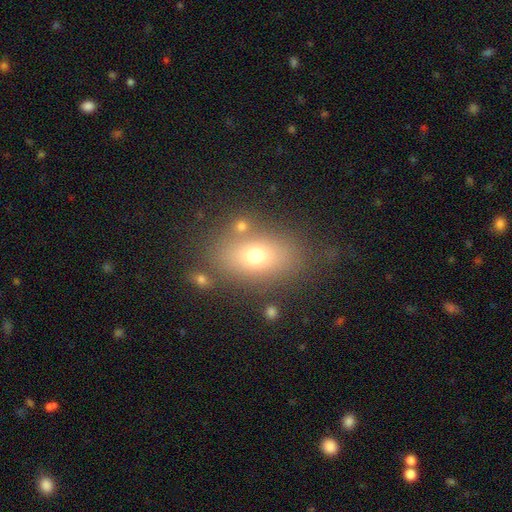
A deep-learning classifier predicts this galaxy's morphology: smooth_or_featured: smooth (p=0.69) [alt: featured or disk p=0.18]
how_rounded: in between (p=0.80) [alt: round p=0.17]
merging: none (p=0.76) [alt: minor disturbance p=0.12]